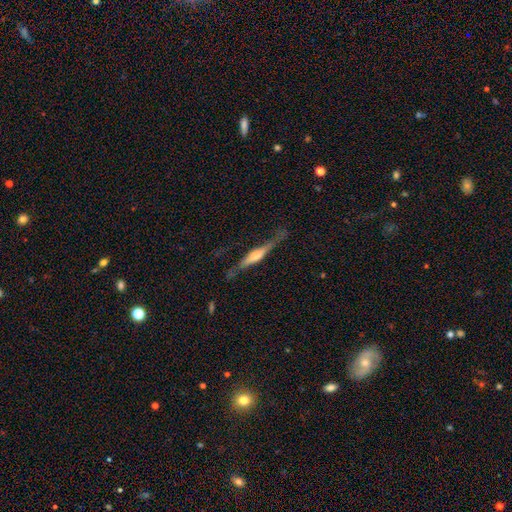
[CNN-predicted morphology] Smooth or featured?
  - featured or disk: 68% *
  - smooth: 26%
  - star or artifact: 6%
Edge-on disk?
  - yes: 94% *
  - no: 6%
Edge-on bulge?
  - rounded: 71% *
  - boxy: 19%
  - none: 9%
Merging?
  - none: 67% *
  - minor disturbance: 21%
  - major disturbance: 9%
  - merger: 3%